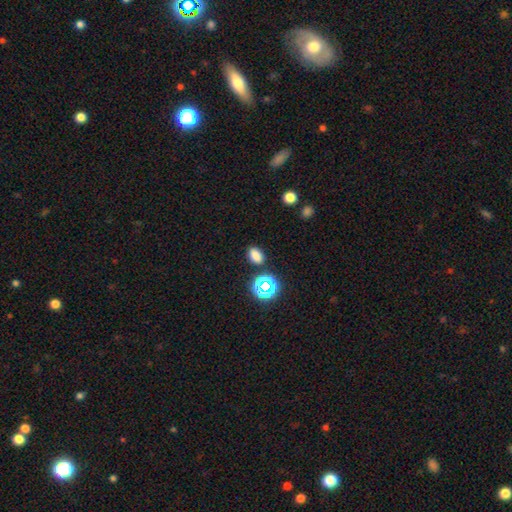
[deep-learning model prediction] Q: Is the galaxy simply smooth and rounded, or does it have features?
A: smooth — 77%.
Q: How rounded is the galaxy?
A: in between — 81%.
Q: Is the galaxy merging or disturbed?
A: none — 83%.